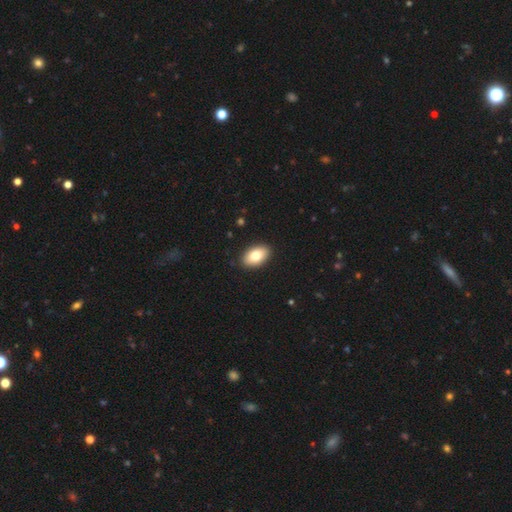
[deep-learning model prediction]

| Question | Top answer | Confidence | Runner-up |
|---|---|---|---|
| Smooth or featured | smooth | 81% | featured or disk (12%) |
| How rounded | in between | 93% | round (6%) |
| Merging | none | 90% | minor disturbance (7%) |